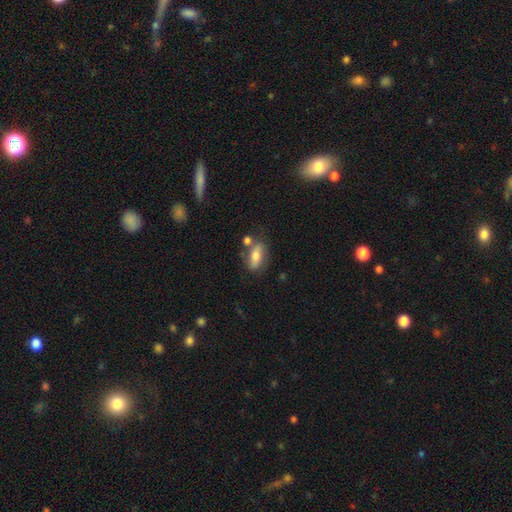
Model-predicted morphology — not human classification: Smooth or featured?
  - smooth: 61% *
  - featured or disk: 31%
  - star or artifact: 8%
How rounded?
  - in between: 78% *
  - cigar-shaped: 15%
  - round: 7%
Merging?
  - none: 61% *
  - minor disturbance: 17%
  - merger: 16%
  - major disturbance: 6%